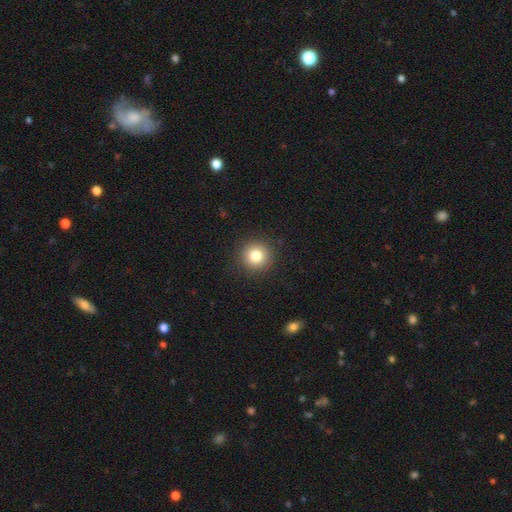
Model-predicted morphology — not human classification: Smooth or featured?
  - smooth: 81% *
  - star or artifact: 11%
  - featured or disk: 8%
How rounded?
  - round: 94% *
  - in between: 5%
  - cigar-shaped: 1%
Merging?
  - none: 91% *
  - minor disturbance: 6%
  - major disturbance: 2%
  - merger: 1%